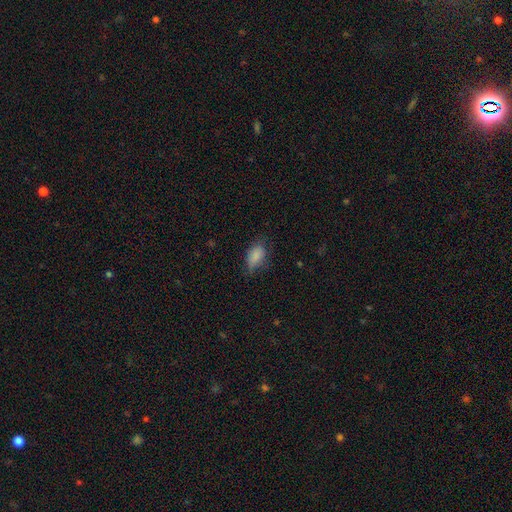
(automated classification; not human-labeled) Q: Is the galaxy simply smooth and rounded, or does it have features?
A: smooth — 82%.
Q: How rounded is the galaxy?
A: in between — 89%.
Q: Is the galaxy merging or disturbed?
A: none — 52%.